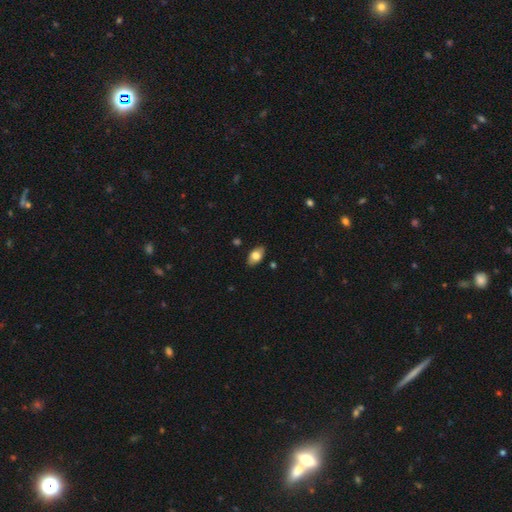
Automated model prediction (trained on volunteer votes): The model was most divided on "smooth or featured": smooth: 75%, featured or disk: 18%, star or artifact: 7%. More confident: how rounded — in between (91%); merging — none (85%).